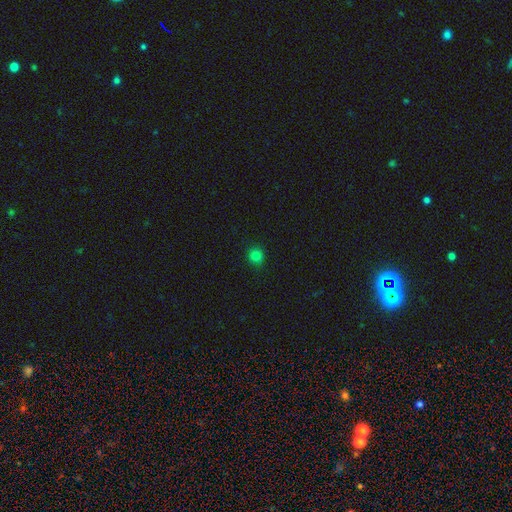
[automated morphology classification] Smooth or featured: smooth — 81% (star or artifact — 15%)
How rounded: round — 90% (in between — 9%)
Merging: none — 91% (minor disturbance — 6%)